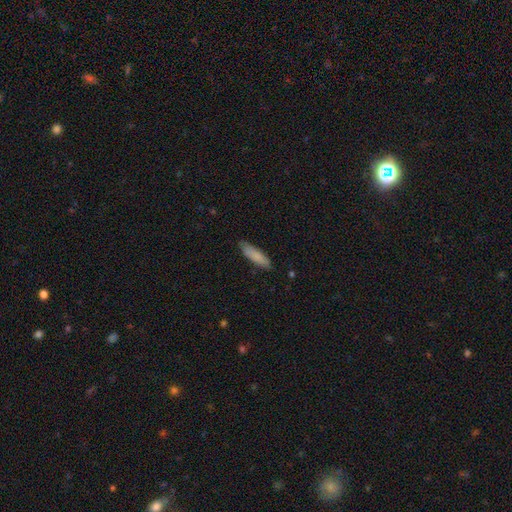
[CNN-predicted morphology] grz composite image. It shows a smooth galaxy with no disk features (82%) that is cigar-shaped (66%). Merging: none (82%).